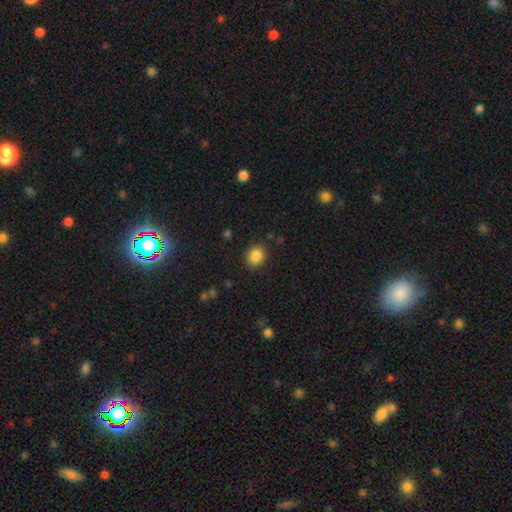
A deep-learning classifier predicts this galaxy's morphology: smooth-or-featured: smooth: 86% | star or artifact: 10% | featured or disk: 4%
  how-rounded: round: 64% | in between: 35% | cigar-shaped: 1%
  merging: none: 87% | minor disturbance: 9% | major disturbance: 3% | merger: 1%